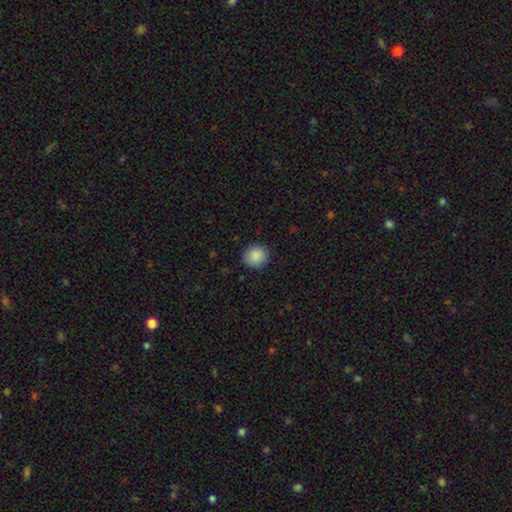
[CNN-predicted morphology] Smooth or featured? smooth (89%)
How rounded? round (86%)
Merging? none (89%)